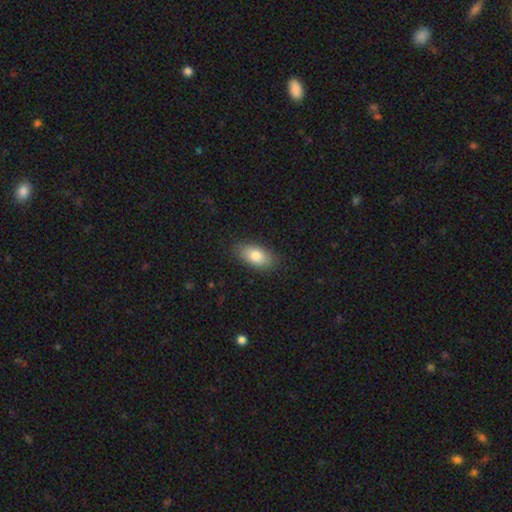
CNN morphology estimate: Q: Smooth or featured?
A: smooth (81%); runner-up: featured or disk (12%)
Q: How rounded?
A: in between (90%); runner-up: round (5%)
Q: Merging?
A: none (85%); runner-up: minor disturbance (11%)